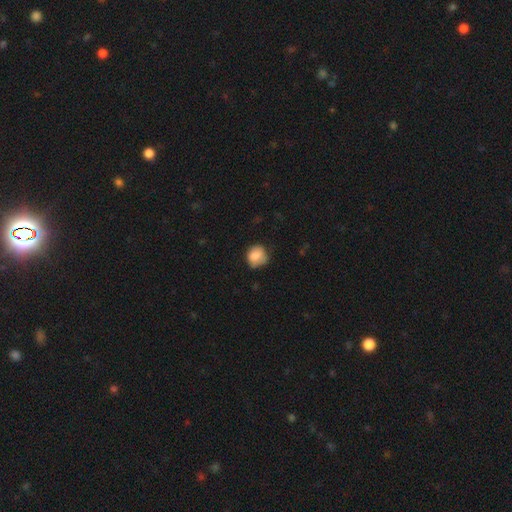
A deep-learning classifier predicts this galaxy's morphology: Smooth or featured?
  - smooth: 81% *
  - featured or disk: 11%
  - star or artifact: 8%
How rounded?
  - round: 79% *
  - in between: 20%
  - cigar-shaped: 1%
Merging?
  - none: 61% *
  - minor disturbance: 30%
  - major disturbance: 7%
  - merger: 2%